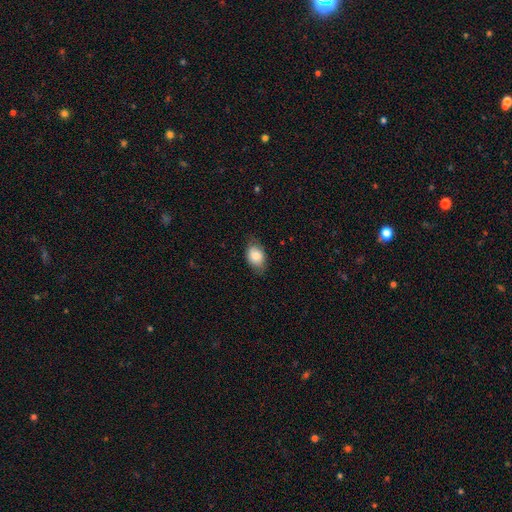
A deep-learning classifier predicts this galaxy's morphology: Overall: smooth (81%). How rounded: in between (82%). Merging: none (76%).